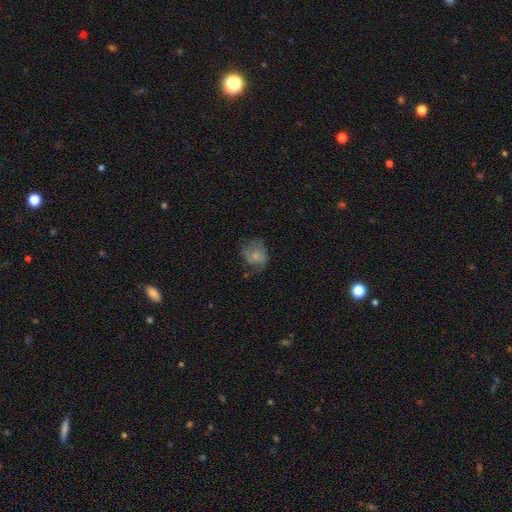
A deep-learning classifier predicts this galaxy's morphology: Smooth or featured? Predicted: smooth (p=0.55). How rounded? Predicted: round (p=0.61). Merging? Predicted: none (p=0.43).